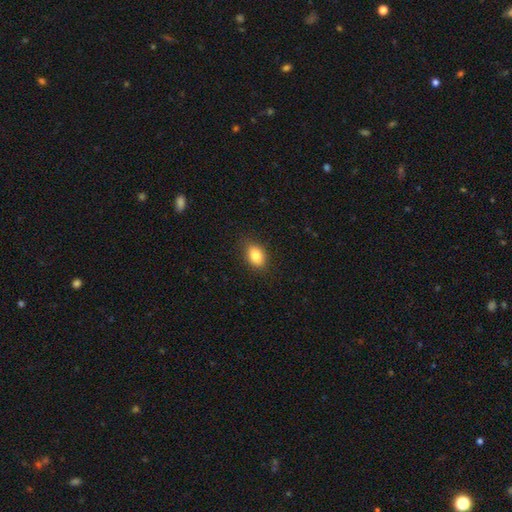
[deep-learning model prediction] The model was most divided on "how rounded": in between: 82%, round: 16%, cigar-shaped: 2%. More confident: merging — none (86%); smooth or featured — smooth (84%).